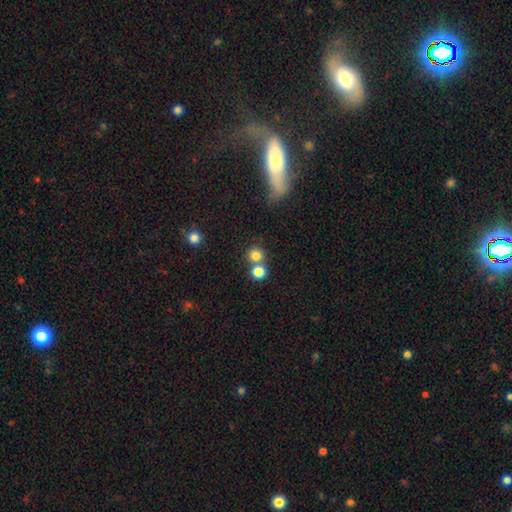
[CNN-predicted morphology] smooth 79%, star or artifact 14%, featured or disk 7%. Down the decision tree: how rounded — round (89%); merging — none (59%).